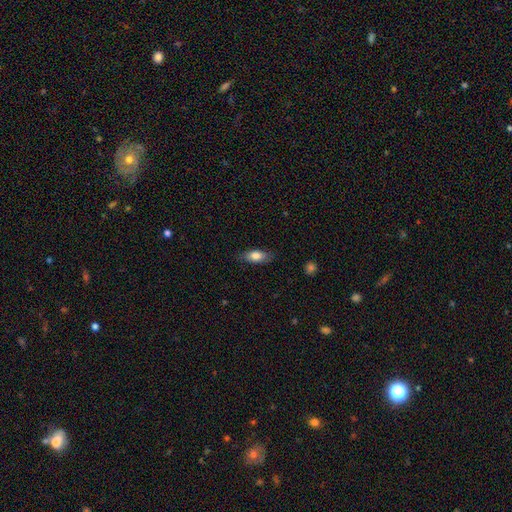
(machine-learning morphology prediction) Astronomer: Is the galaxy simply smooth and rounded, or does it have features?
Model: smooth — 78%.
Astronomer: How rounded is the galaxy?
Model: in between — 79%.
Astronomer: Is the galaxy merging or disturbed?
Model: none — 82%.